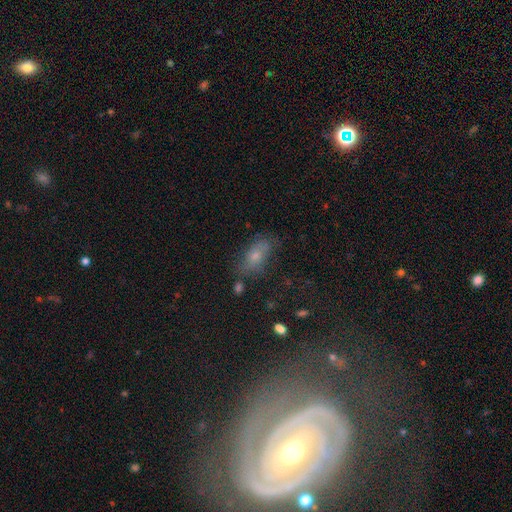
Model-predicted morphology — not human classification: Overall: smooth (58%; featured or disk 27%). How rounded: in between (82%). Merging: none (63%).